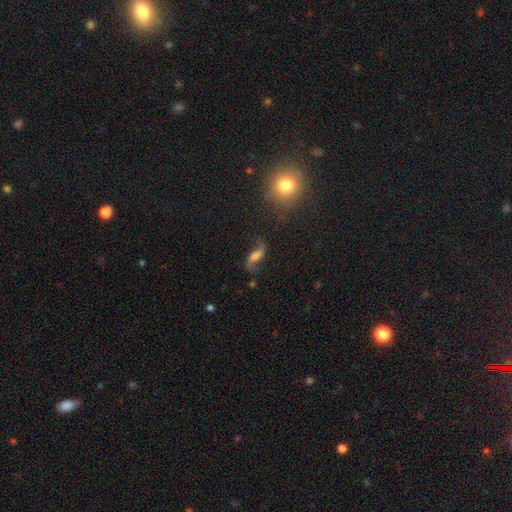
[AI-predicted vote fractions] Morphology: type=featured or disk (66%); edge-on=no (91%); bar=weak (40%); spiral arms=yes (92%); winding=loose (88%); arm count=2 (92%); bulge=none (31%); merging=none (67%).